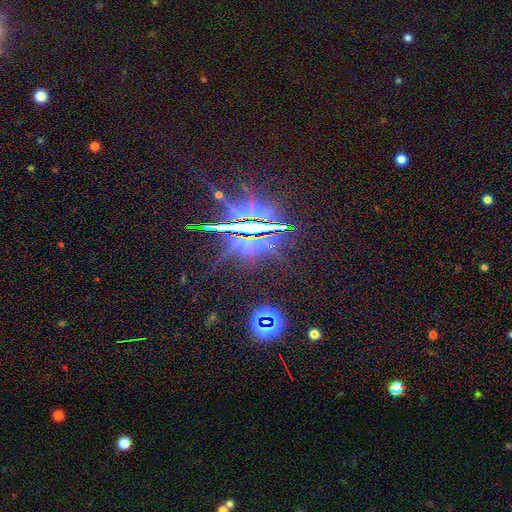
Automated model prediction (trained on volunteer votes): Smooth or featured?
  - star or artifact: 84% *
  - featured or disk: 9%
  - smooth: 7%